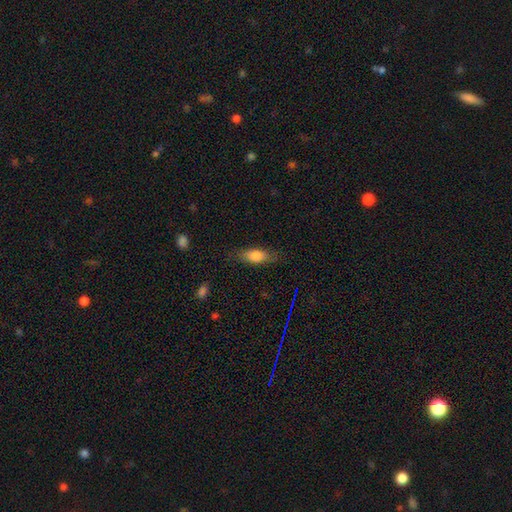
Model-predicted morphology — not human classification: This appears to be a smooth galaxy with no disk features (78%) that is in between round and cigar-shaped (72%). Merging: none (77%).